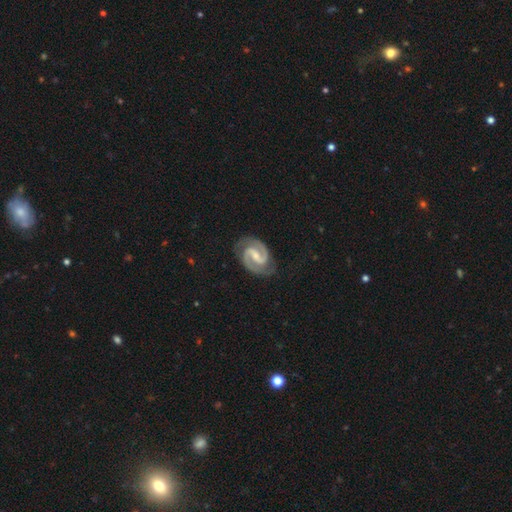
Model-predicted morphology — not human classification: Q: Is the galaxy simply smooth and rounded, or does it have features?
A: featured or disk — 94%.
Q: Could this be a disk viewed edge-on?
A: no — 98%.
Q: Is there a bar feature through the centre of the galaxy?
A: weak — 46%.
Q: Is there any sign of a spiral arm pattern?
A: yes — 99%.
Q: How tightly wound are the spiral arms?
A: medium — 58%.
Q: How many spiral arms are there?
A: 2 — 95%.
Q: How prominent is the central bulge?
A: small — 48%.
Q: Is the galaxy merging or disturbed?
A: none — 84%.